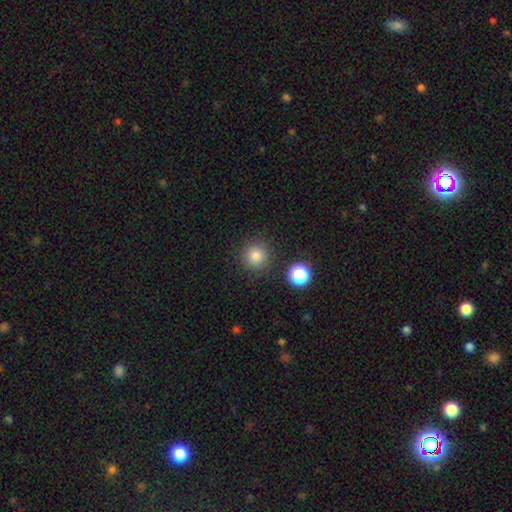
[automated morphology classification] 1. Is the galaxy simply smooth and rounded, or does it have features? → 82% smooth, 13% star or artifact, 5% featured or disk.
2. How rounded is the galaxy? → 95% round, 4% in between, 1% cigar-shaped.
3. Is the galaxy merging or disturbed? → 87% none, 7% minor disturbance, 3% merger, 3% major disturbance.